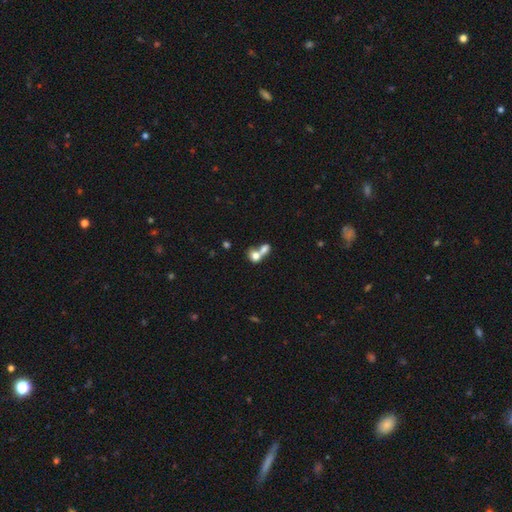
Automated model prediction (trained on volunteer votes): Morphology: type=smooth (74%); roundness=round (51%); merging=merger (72%).